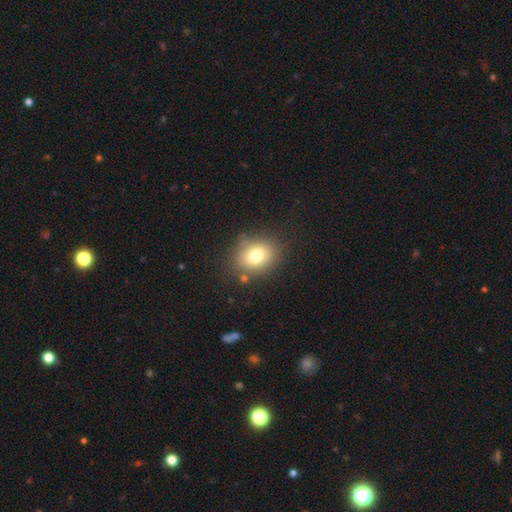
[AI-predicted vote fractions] This is likely a smooth galaxy (75%). How rounded: possibly in between (56%). Merging: likely none (78%).